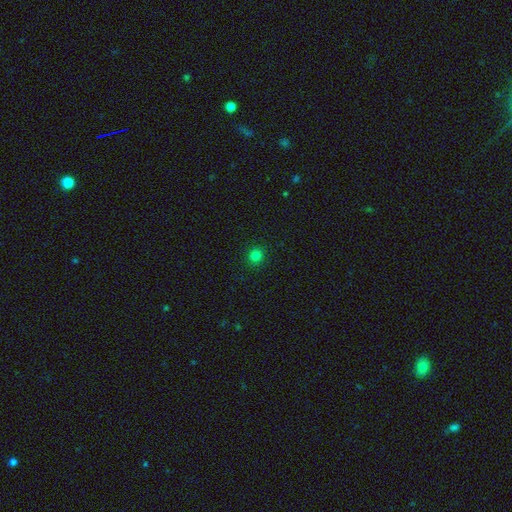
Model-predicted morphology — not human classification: This appears to be a smooth galaxy with no disk features (80%) that is round (89%). Merging: none (92%).